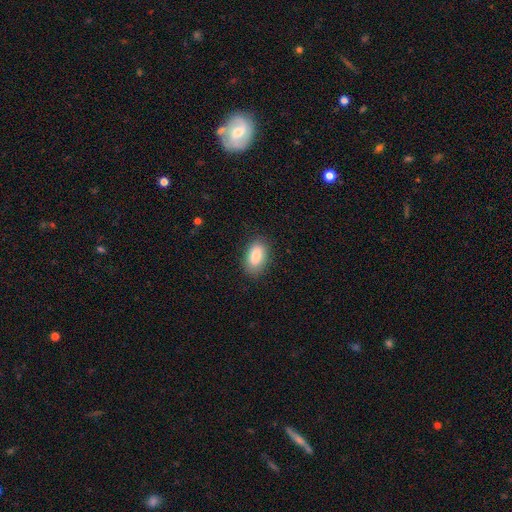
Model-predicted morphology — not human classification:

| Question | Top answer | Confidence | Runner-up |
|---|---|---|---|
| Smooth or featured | smooth | 86% | star or artifact (7%) |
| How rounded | in between | 92% | round (5%) |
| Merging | none | 85% | minor disturbance (11%) |